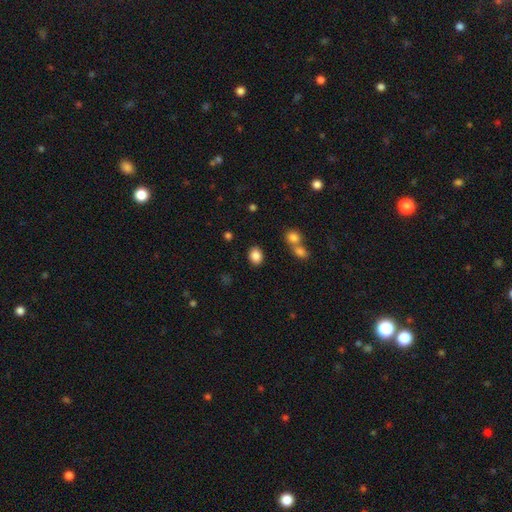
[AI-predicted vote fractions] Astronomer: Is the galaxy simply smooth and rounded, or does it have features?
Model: smooth — 86%.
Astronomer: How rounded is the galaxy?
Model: in between — 59% (runner-up: round, 39%).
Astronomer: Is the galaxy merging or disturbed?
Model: none — 83%.